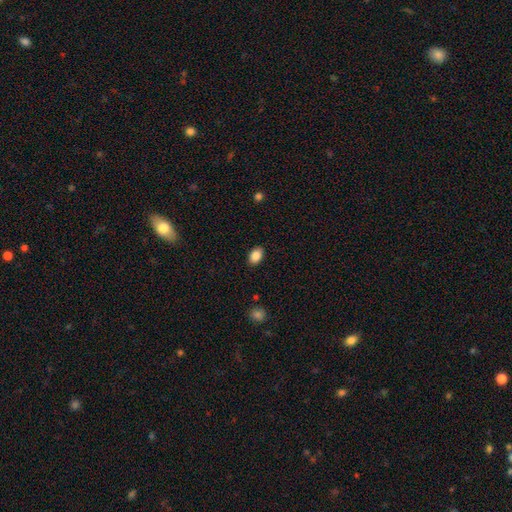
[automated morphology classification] Smooth or featured? smooth (87%)
How rounded? in between (85%)
Merging? none (88%)